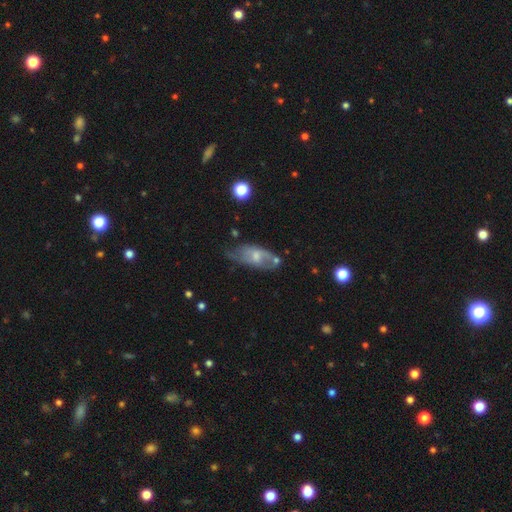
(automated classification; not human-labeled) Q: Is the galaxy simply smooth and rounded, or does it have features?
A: featured or disk — 52%.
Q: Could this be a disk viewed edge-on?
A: no — 87%.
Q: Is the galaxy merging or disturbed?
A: none — 45%.